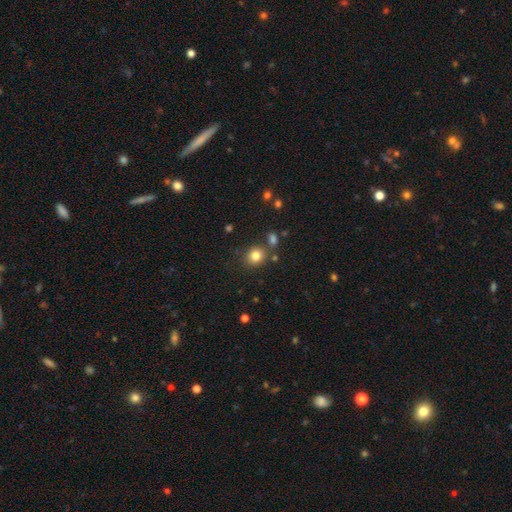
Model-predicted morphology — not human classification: type=smooth (82%); roundness=round (75%); merging=none (77%).